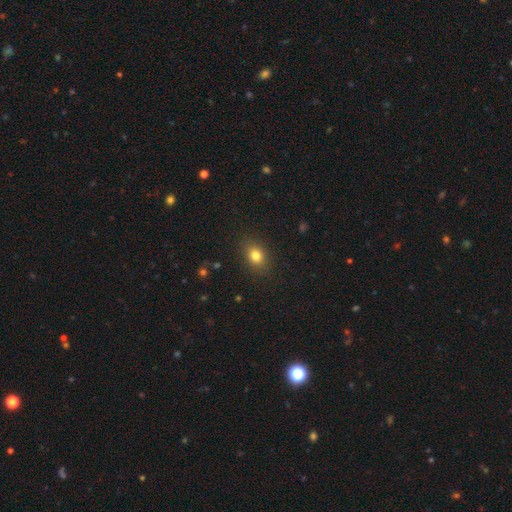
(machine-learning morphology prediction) smooth-or-featured: smooth: 81% | star or artifact: 12% | featured or disk: 8%
  how-rounded: in between: 65% | round: 33% | cigar-shaped: 2%
  merging: none: 86% | minor disturbance: 10% | major disturbance: 3% | merger: 1%